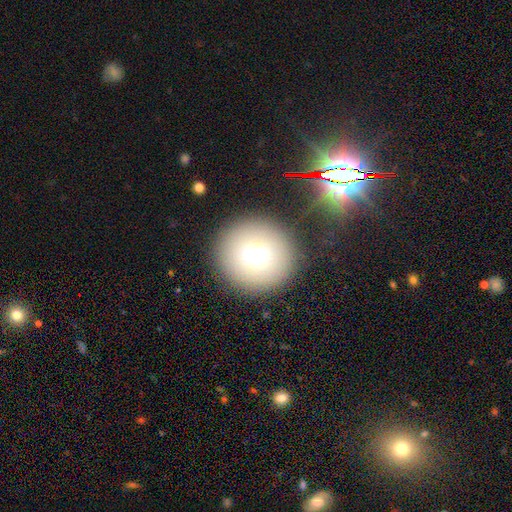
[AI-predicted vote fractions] Smooth or featured? smooth (73%)
How rounded? round (94%)
Merging? none (87%)